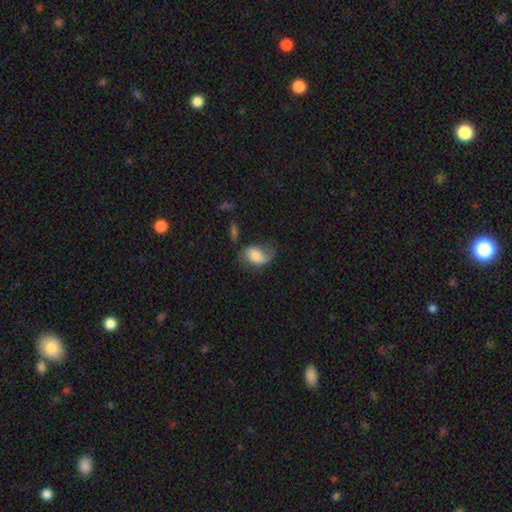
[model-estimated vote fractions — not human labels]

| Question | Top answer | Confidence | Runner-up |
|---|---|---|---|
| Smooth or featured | smooth | 50% | featured or disk (41%) |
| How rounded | in between | 83% | round (15%) |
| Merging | none | 44% | minor disturbance (29%) |